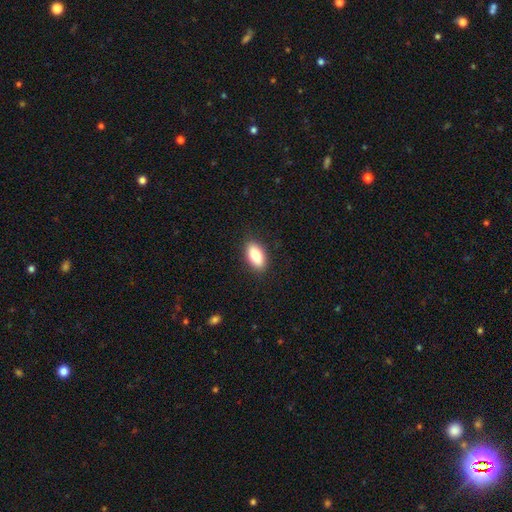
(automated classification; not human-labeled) smooth 81%, featured or disk 12%, star or artifact 7%. Down the decision tree: how rounded — in between (90%); merging — none (89%).